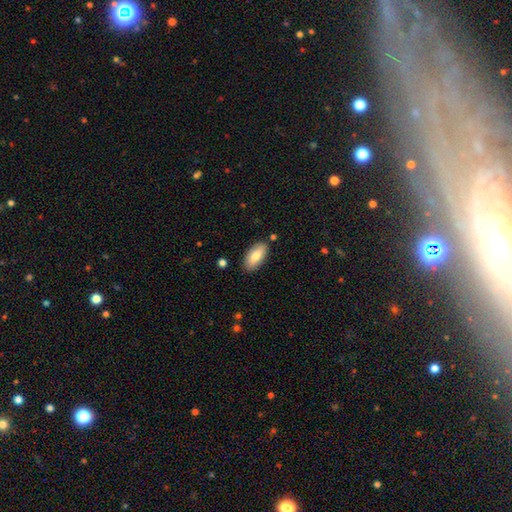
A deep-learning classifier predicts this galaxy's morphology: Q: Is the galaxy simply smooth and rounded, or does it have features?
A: smooth — 80%.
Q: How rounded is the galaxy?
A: in between — 91%.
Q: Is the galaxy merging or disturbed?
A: none — 86%.